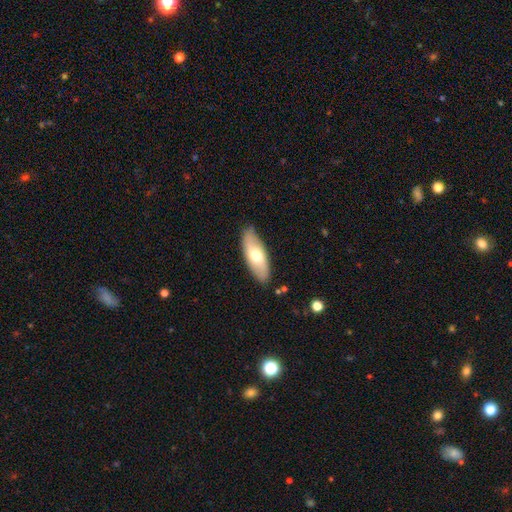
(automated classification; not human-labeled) smooth_or_featured: smooth (p=0.62) [alt: featured or disk p=0.33]
how_rounded: in between (p=0.77) [alt: cigar-shaped p=0.20]
merging: none (p=0.83) [alt: minor disturbance p=0.13]